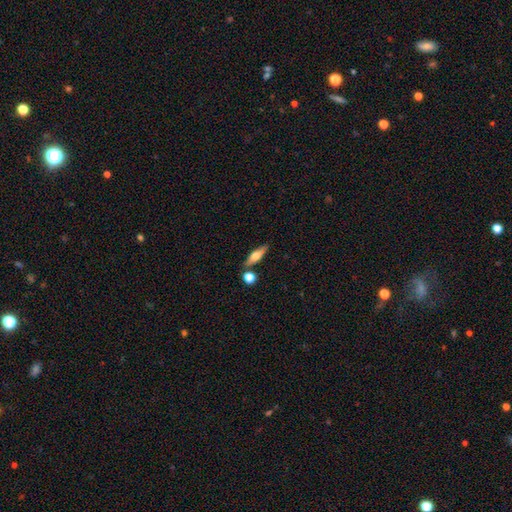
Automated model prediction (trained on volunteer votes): Smooth or featured? Predicted: smooth (p=0.53). How rounded? Predicted: cigar-shaped (p=0.55). Merging? Predicted: none (p=0.78).